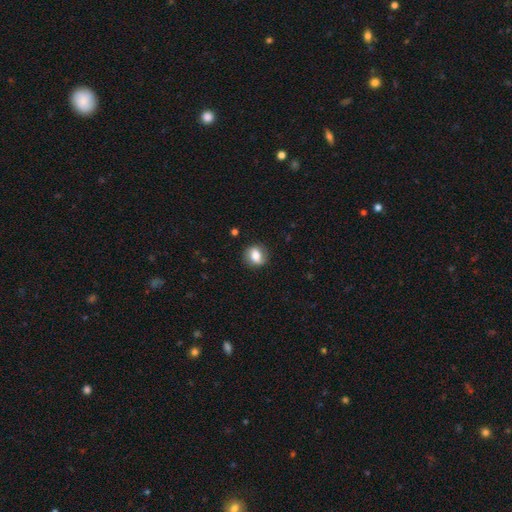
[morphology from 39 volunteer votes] Smooth or featured? 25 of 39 (64%) said smooth. How rounded? 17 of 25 (68%) said round. Merging? 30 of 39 (77%) said none.